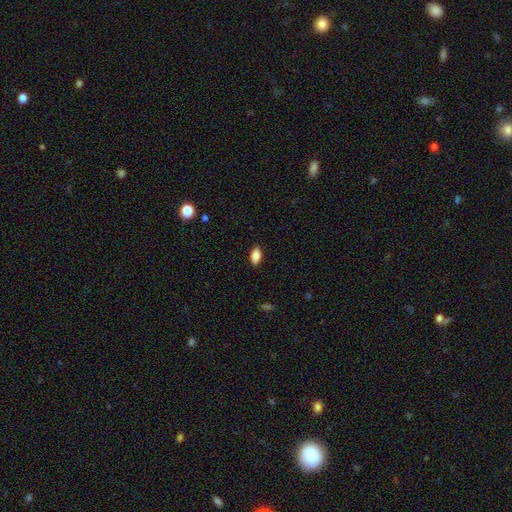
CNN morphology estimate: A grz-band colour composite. It shows a smooth galaxy with no disk features (86%) that is in between round and cigar-shaped (89%). Merging: none (89%).